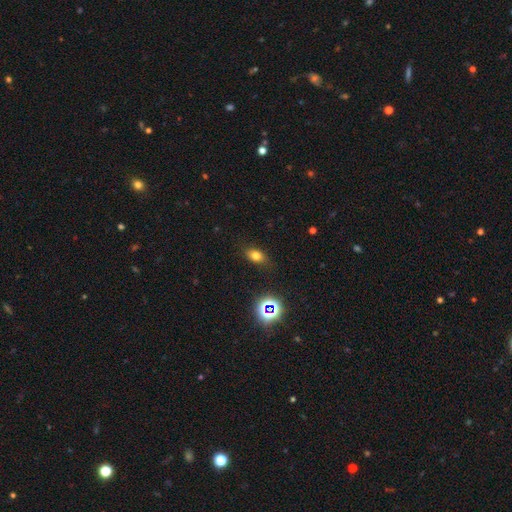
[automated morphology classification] smooth 73%, star or artifact 18%, featured or disk 9%. Down the decision tree: how rounded — in between (79%); merging — none (84%).